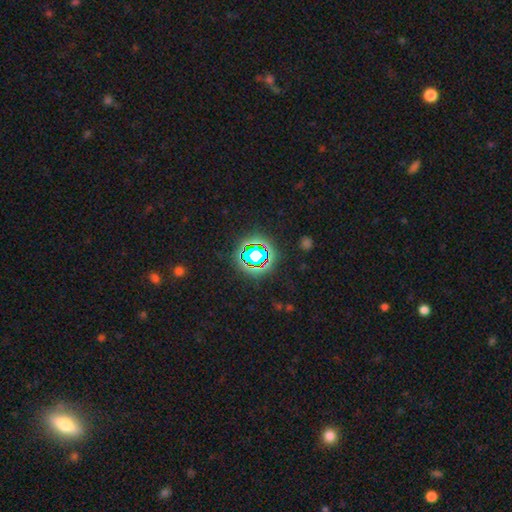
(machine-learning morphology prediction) Overall: star or artifact (71%).